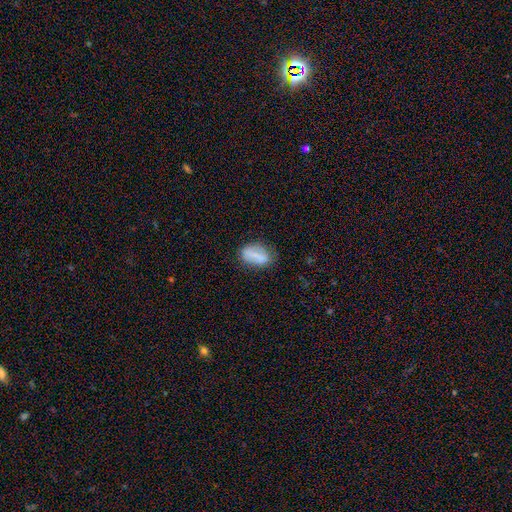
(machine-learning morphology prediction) A smooth galaxy with no disk features (70%) that is in between round and cigar-shaped (85%). Merging: none (71%).